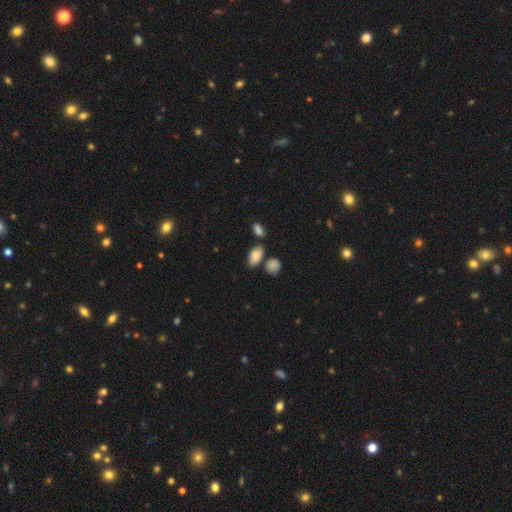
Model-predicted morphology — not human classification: type=smooth (83%); roundness=in between (87%); merging=none (65%).